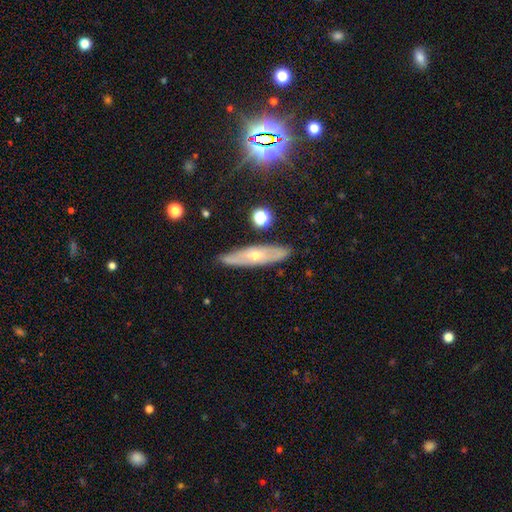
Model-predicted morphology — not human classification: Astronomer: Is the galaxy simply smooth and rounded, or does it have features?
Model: featured or disk — 58%.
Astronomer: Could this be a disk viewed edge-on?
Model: yes — 54% (runner-up: no, 46%).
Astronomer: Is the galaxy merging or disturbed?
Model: none — 83%.